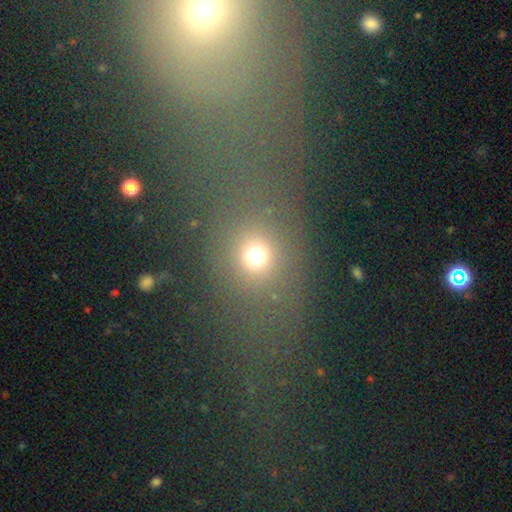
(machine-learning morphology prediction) This is likely a smooth galaxy (64%). How rounded: clearly round (81%). Merging: likely none (76%).